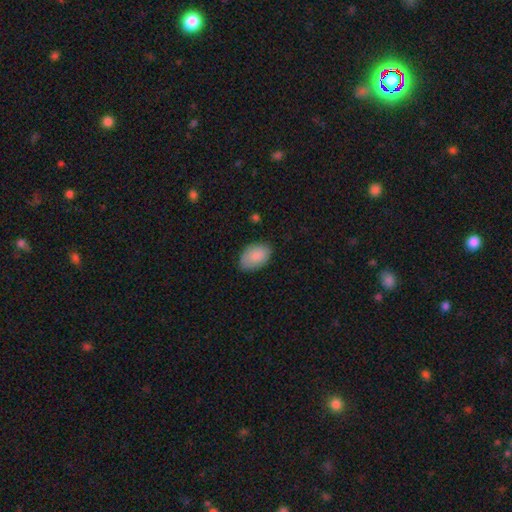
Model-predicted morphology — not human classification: Smooth or featured?
  - smooth: 87% *
  - featured or disk: 7%
  - star or artifact: 6%
How rounded?
  - in between: 91% *
  - round: 8%
  - cigar-shaped: 1%
Merging?
  - none: 79% *
  - minor disturbance: 17%
  - major disturbance: 3%
  - merger: 1%